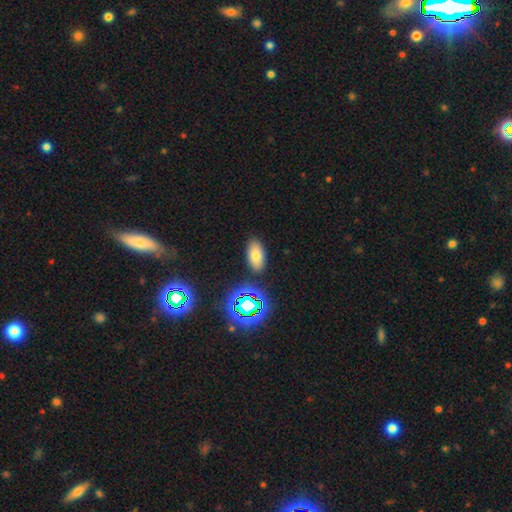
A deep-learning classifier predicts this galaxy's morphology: Smooth or featured?
  - smooth: 72% *
  - star or artifact: 17%
  - featured or disk: 11%
How rounded?
  - in between: 91% *
  - round: 6%
  - cigar-shaped: 3%
Merging?
  - none: 85% *
  - minor disturbance: 9%
  - merger: 3%
  - major disturbance: 3%